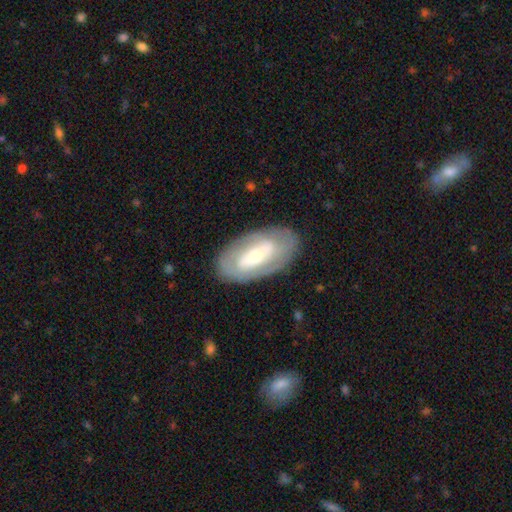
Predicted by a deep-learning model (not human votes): Smooth or featured? Predicted: featured or disk (p=0.63). Edge-on disk? Predicted: no (p=0.91). Bar? Predicted: no (p=0.35). Spiral arms? Predicted: no (p=0.50, tied with yes). Bulge size? Predicted: small (p=0.45). Merging? Predicted: none (p=0.81).